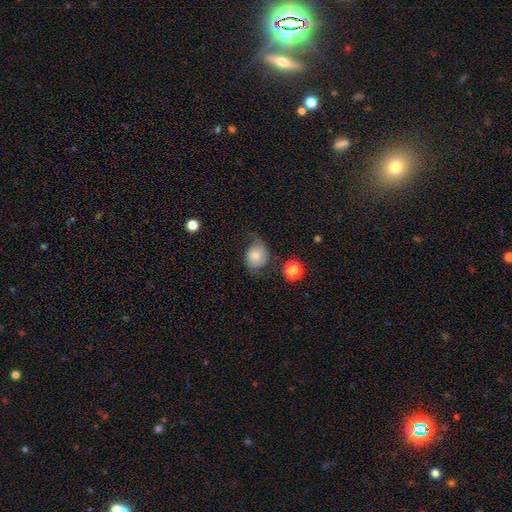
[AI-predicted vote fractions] smooth 66%, featured or disk 24%, star or artifact 10%. Down the decision tree: how rounded — round (60%); merging — none (44%).